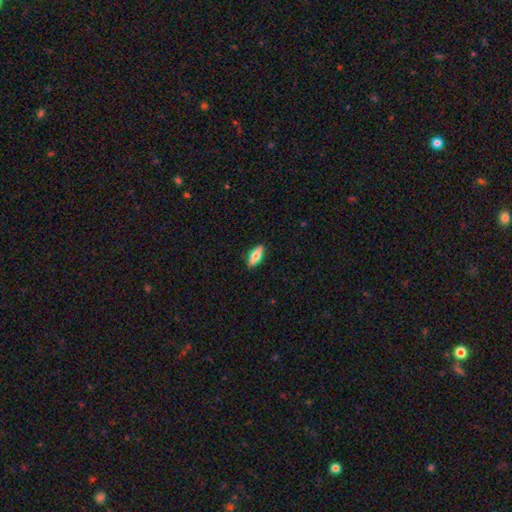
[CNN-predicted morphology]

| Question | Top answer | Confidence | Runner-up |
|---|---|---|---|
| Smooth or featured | smooth | 72% | featured or disk (22%) |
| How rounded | in between | 70% | cigar-shaped (28%) |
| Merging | none | 89% | minor disturbance (9%) |